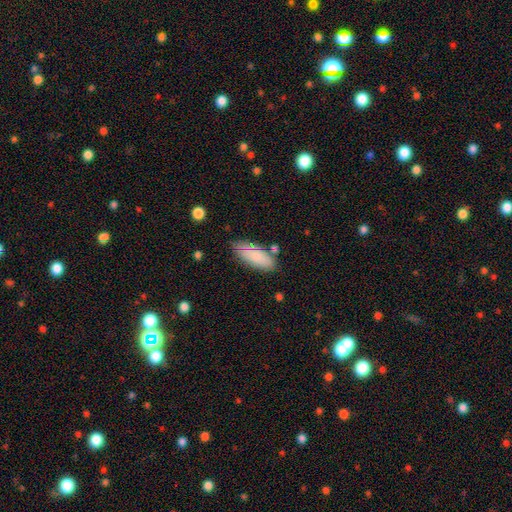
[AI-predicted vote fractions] Morphology: type=smooth (79%); roundness=in between (80%); merging=none (69%).